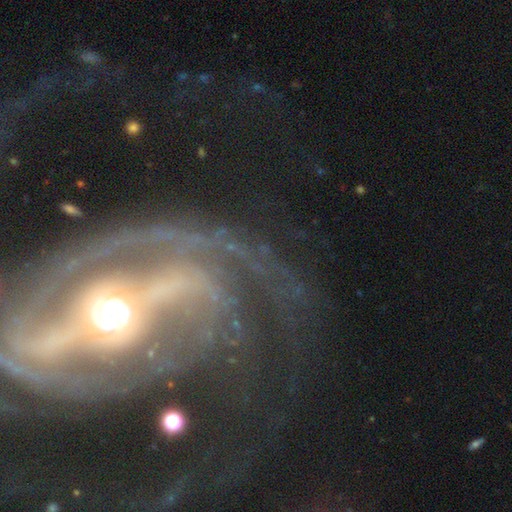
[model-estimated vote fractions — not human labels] smooth_or_featured: featured or disk (p=0.87) [alt: star or artifact p=0.08]
disk_edge_on: no (p=0.95) [alt: yes p=0.05]
bar: strong (p=0.38) [alt: no p=0.35]
has_spiral_arms: yes (p=0.91) [alt: no p=0.09]
spiral_winding: medium (p=0.41) [alt: tight p=0.39]
spiral_arm_count: 2 (p=0.46) [alt: can't tell p=0.17]
bulge_size: moderate (p=0.55) [alt: small p=0.32]
merging: none (p=0.50) [alt: major disturbance p=0.28]